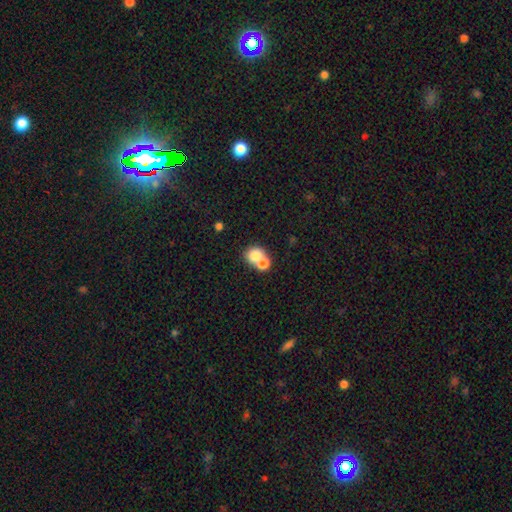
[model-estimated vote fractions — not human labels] smooth_or_featured: smooth (p=0.76) [alt: featured or disk p=0.13]
how_rounded: round (p=0.68) [alt: in between p=0.31]
merging: merger (p=0.57) [alt: none p=0.33]